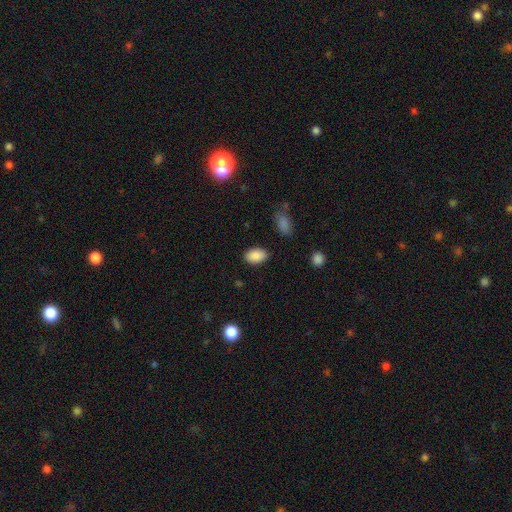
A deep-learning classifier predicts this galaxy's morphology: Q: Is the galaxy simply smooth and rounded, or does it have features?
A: smooth — 88%.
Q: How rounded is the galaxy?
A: in between — 90%.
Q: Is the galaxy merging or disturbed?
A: none — 85%.